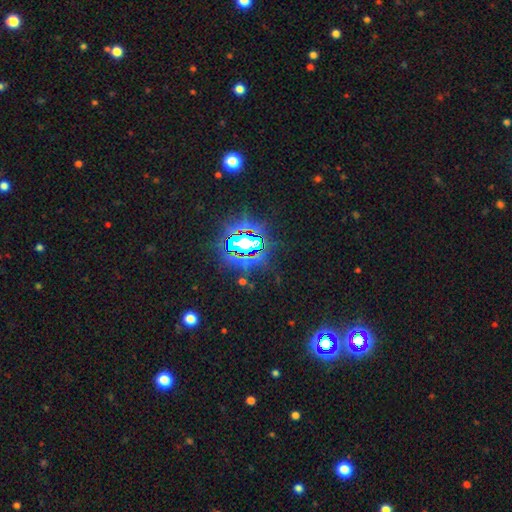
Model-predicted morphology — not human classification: Smooth or featured: star or artifact — 74% (smooth — 15%)